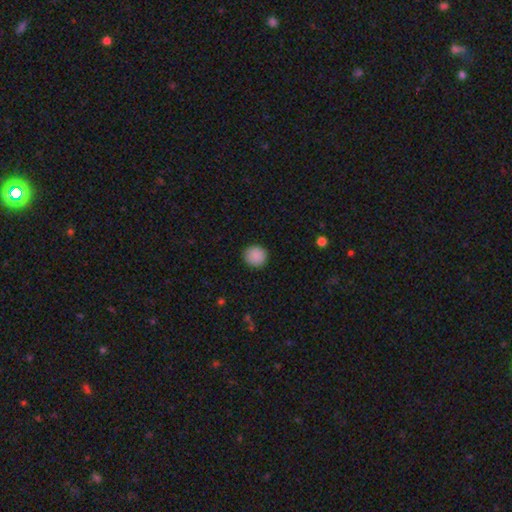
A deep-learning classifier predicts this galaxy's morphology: The model was most divided on "smooth or featured": smooth: 89%, star or artifact: 8%, featured or disk: 3%. More confident: how rounded — round (92%); merging — none (91%).